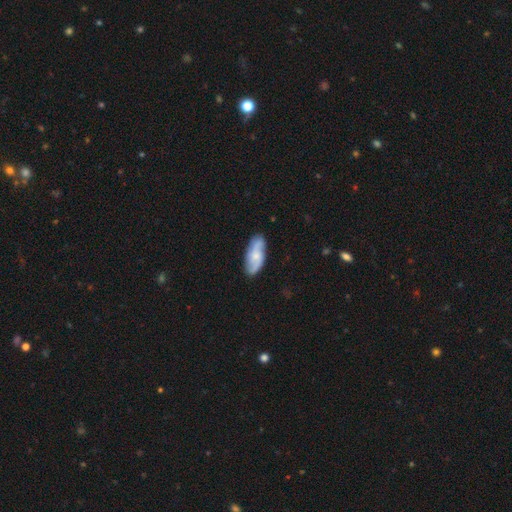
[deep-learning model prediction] Smooth or featured: featured or disk — 52% (smooth — 42%)
Edge-on disk: no — 90% (yes — 10%)
Merging: none — 79% (minor disturbance — 16%)